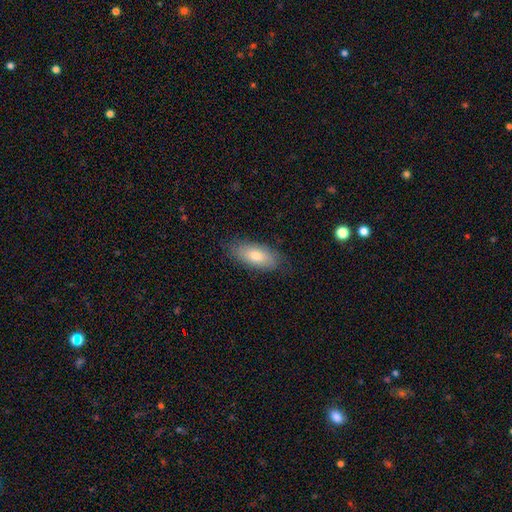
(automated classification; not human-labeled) Q: Smooth or featured?
A: smooth (76%); runner-up: featured or disk (17%)
Q: How rounded?
A: in between (84%); runner-up: cigar-shaped (13%)
Q: Merging?
A: none (81%); runner-up: minor disturbance (15%)